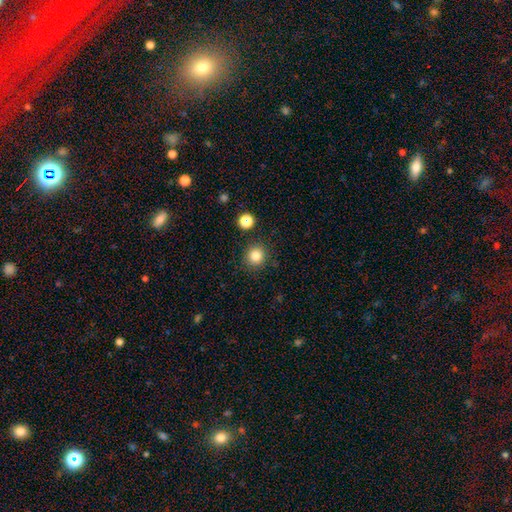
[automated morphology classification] A smooth galaxy with no disk features (83%) that is round (91%).

Vote fractions:
- Smooth or featured? smooth: 83% / star or artifact: 12% / featured or disk: 6%
- How rounded? round: 91% / in between: 8% / cigar-shaped: 1%
- Merging? none: 88% / minor disturbance: 7% / merger: 3% / major disturbance: 2%